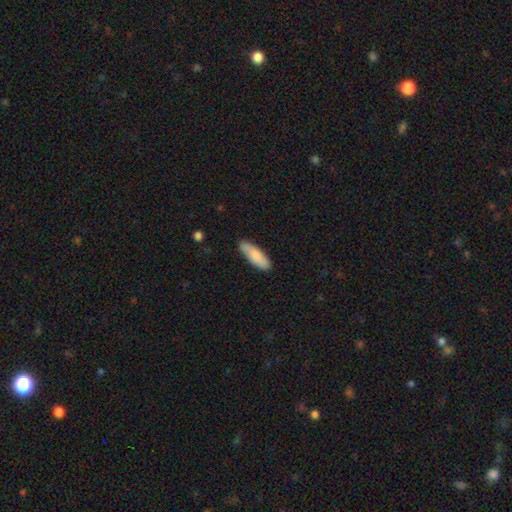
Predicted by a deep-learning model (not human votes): This is clearly a smooth galaxy (83%). How rounded: possibly in between (53%). Merging: clearly none (82%).